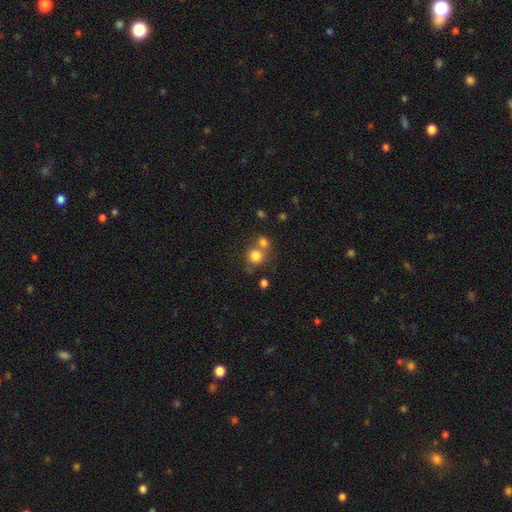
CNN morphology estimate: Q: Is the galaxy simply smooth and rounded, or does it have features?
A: smooth — 79%.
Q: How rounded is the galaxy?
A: round — 87%.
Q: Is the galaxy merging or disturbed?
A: none — 51%.